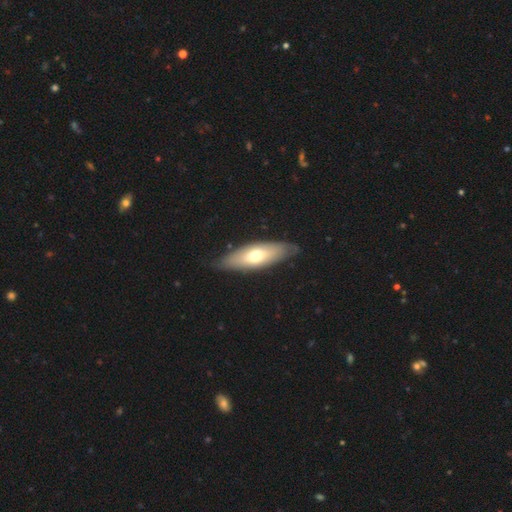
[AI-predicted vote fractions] smooth 56%, featured or disk 39%, star or artifact 5%. Down the decision tree: how rounded — in between (62%); merging — none (79%).